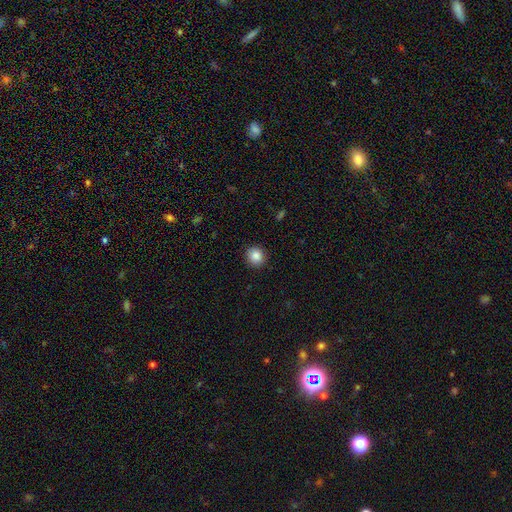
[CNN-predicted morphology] type=smooth (86%); roundness=round (88%); merging=none (91%).